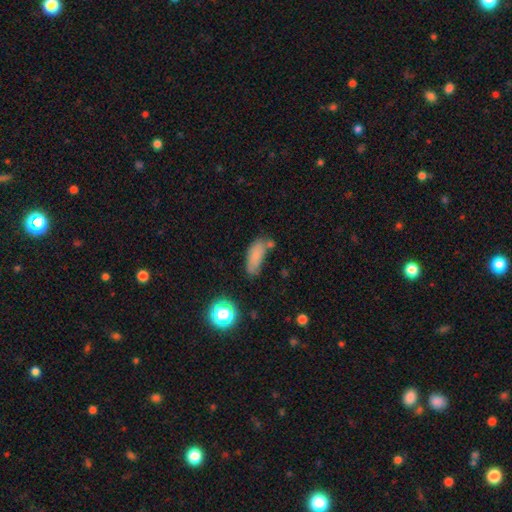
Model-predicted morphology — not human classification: Smooth or featured? Predicted: smooth (p=0.78). How rounded? Predicted: in between (p=0.74). Merging? Predicted: none (p=0.55).